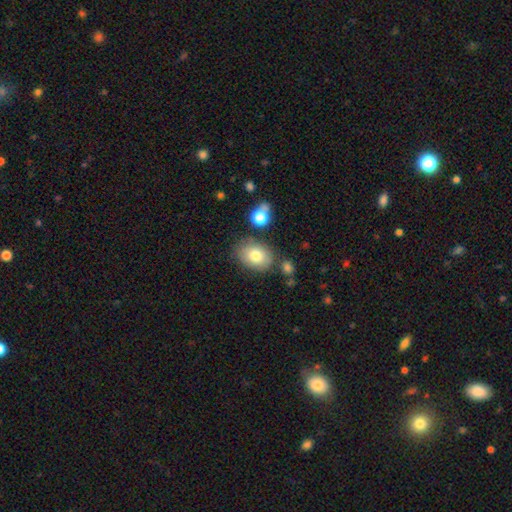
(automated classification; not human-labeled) A smooth galaxy with no disk features (77%) that is in between round and cigar-shaped (72%). Merging: none (74%).